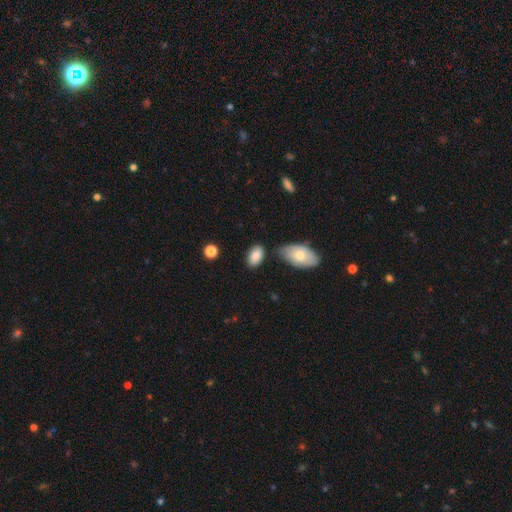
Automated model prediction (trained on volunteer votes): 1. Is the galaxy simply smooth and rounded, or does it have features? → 85% smooth, 8% featured or disk, 7% star or artifact.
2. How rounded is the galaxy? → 92% in between, 6% round, 2% cigar-shaped.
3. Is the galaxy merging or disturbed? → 73% none, 16% minor disturbance, 7% merger, 4% major disturbance.